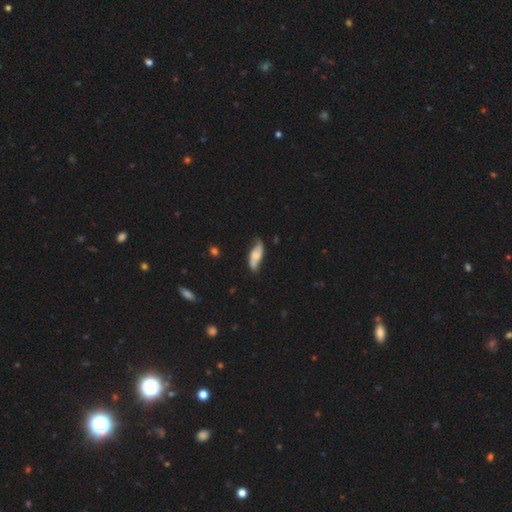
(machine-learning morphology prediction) smooth-or-featured: featured or disk: 53% | smooth: 40% | star or artifact: 7%
  disk-edge-on: no: 80% | yes: 20%
  merging: none: 67% | minor disturbance: 24% | major disturbance: 6% | merger: 2%